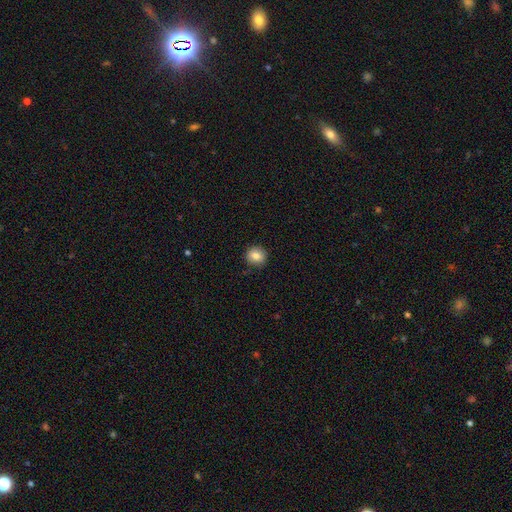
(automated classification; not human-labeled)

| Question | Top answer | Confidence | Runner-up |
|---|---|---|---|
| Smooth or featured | smooth | 84% | star or artifact (9%) |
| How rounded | round | 88% | in between (11%) |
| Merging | none | 89% | minor disturbance (8%) |